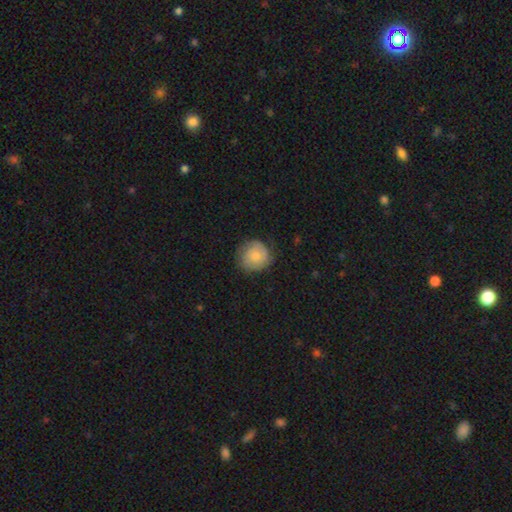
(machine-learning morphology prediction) Q: Smooth or featured?
A: smooth (61%); runner-up: featured or disk (32%)
Q: How rounded?
A: round (90%); runner-up: in between (9%)
Q: Merging?
A: none (75%); runner-up: minor disturbance (18%)